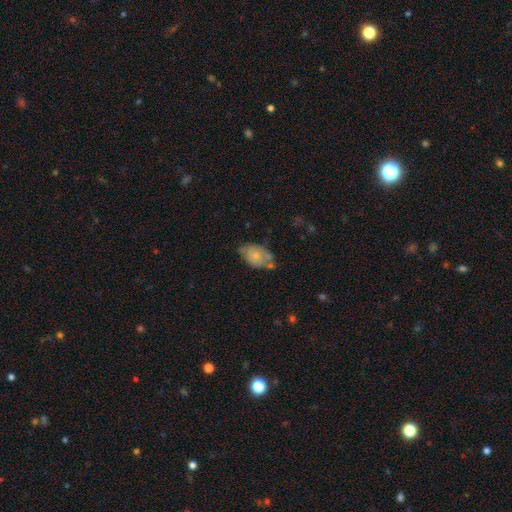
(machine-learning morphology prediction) Overall: smooth (65%; featured or disk 28%). How rounded: in between (87%). Merging: none (47%; minor disturbance 31%).